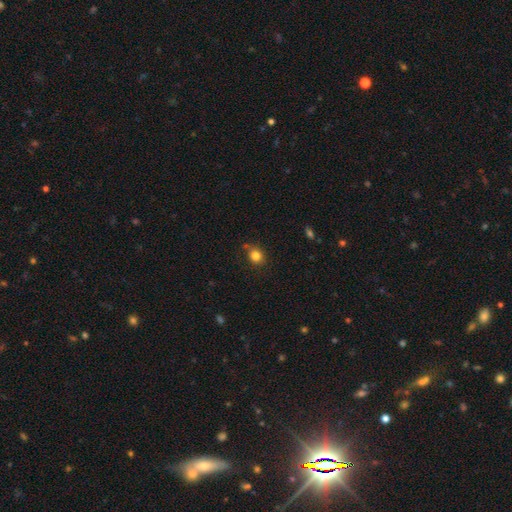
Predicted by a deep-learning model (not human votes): smooth-or-featured: smooth: 82% | star or artifact: 12% | featured or disk: 6%
  how-rounded: round: 75% | in between: 24% | cigar-shaped: 1%
  merging: none: 77% | minor disturbance: 15% | merger: 4% | major disturbance: 4%